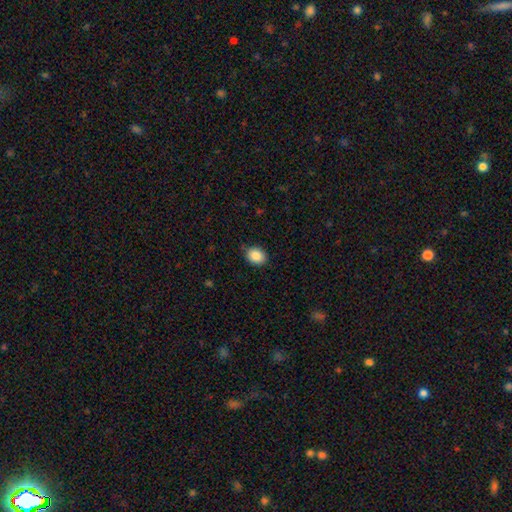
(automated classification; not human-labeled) Morphology: type=smooth (87%); roundness=in between (59%); merging=none (83%).